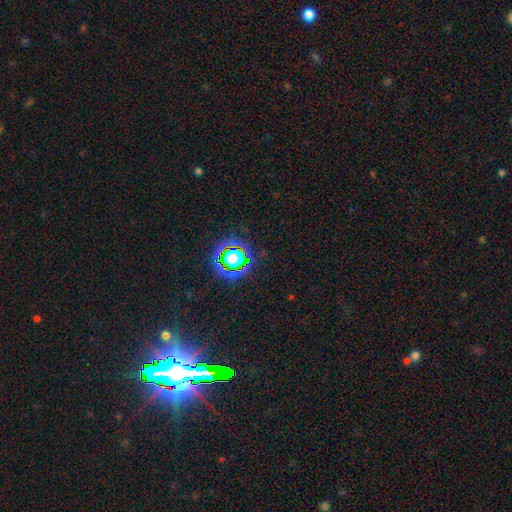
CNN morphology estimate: This appears to be a star or artifact, not a galaxy (81%).